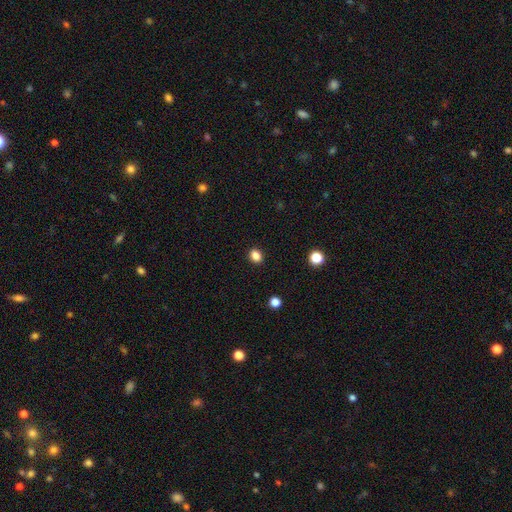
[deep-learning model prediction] Smooth or featured? Predicted: smooth (p=0.85). How rounded? Predicted: in between (p=0.54). Merging? Predicted: none (p=0.90).